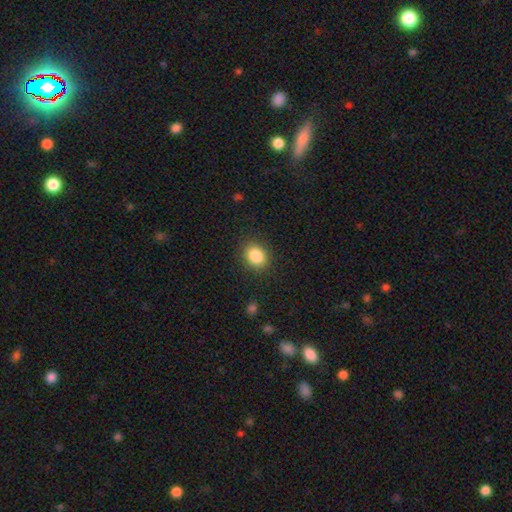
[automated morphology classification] This appears to be a smooth galaxy with no disk features (85%) that is round (54%). Merging: none (87%).